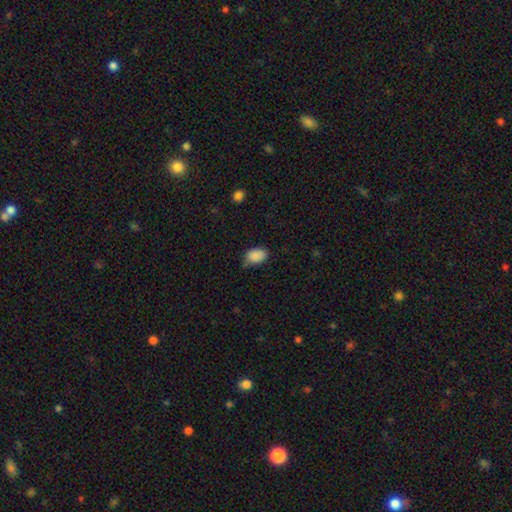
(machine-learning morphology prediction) smooth_or_featured: smooth (p=0.88) [alt: star or artifact p=0.09]
how_rounded: in between (p=0.84) [alt: round p=0.15]
merging: none (p=0.59) [alt: minor disturbance p=0.32]